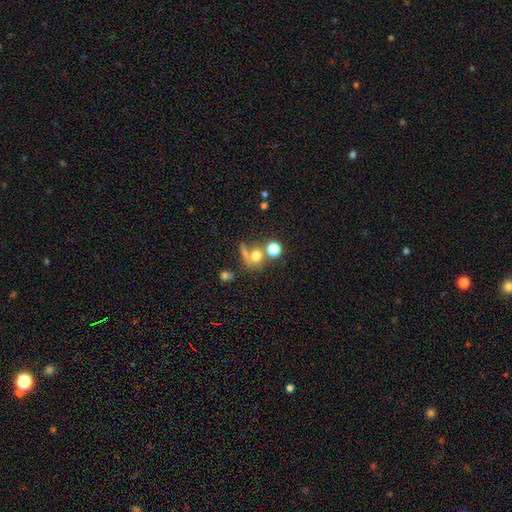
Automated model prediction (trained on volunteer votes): A smooth galaxy with no disk features (66%) that is round (72%).

Vote fractions:
- Smooth or featured? smooth: 66% / star or artifact: 18% / featured or disk: 15%
- How rounded? round: 72% / in between: 25% / cigar-shaped: 3%
- Merging? none: 43% / merger: 35% / minor disturbance: 11% / major disturbance: 11%